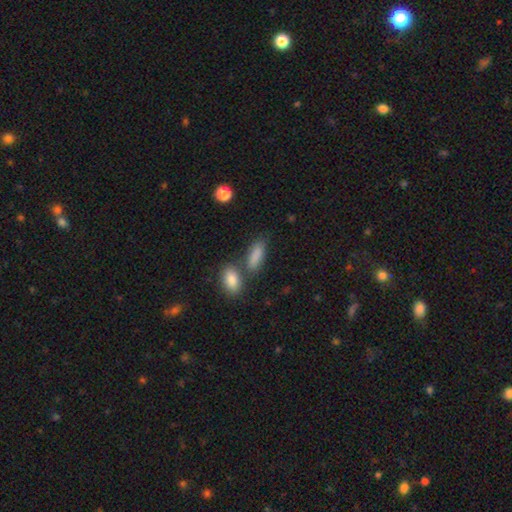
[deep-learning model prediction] Smooth or featured?
  - smooth: 86% *
  - star or artifact: 8%
  - featured or disk: 6%
How rounded?
  - in between: 71% *
  - cigar-shaped: 24%
  - round: 5%
Merging?
  - none: 60% *
  - merger: 22%
  - minor disturbance: 13%
  - major disturbance: 5%